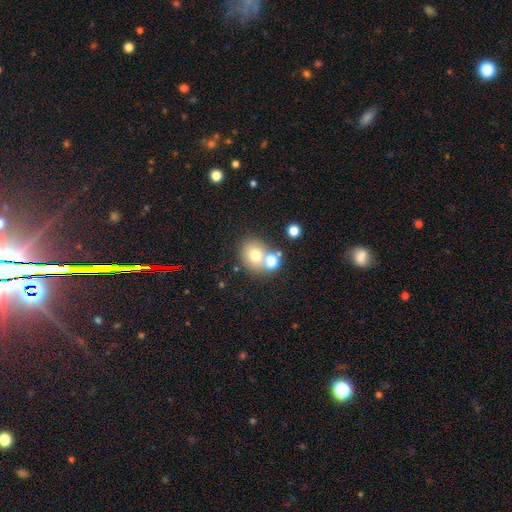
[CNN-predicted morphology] A smooth galaxy with no disk features (70%) that is round (77%). Merging: none (56%).